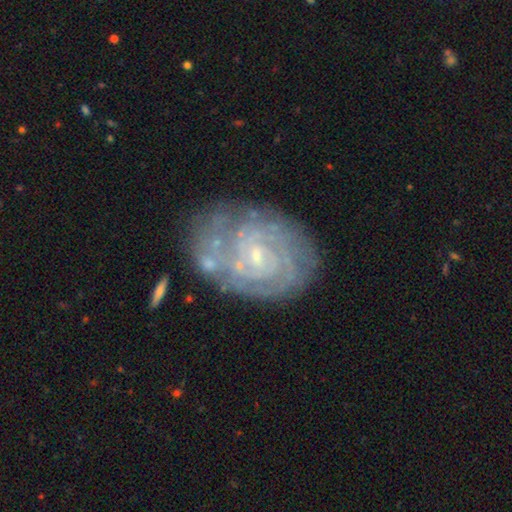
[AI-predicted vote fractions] A featured or disk galaxy (85%) with no bar (58%), tight (80%) spiral arms (95%) and a small central bulge (82%). Merging: none (67%).